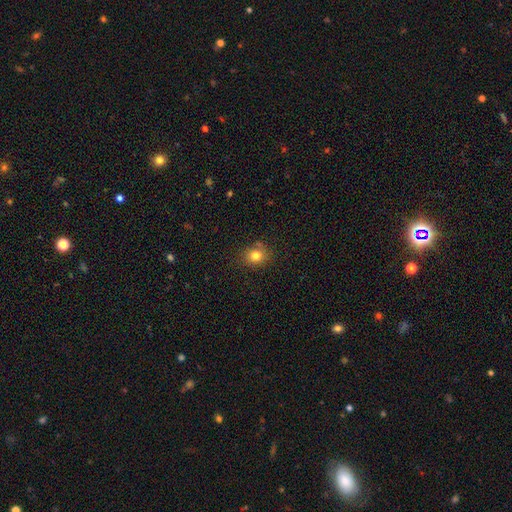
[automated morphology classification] Smooth or featured: smooth — 80% (star or artifact — 13%)
How rounded: round — 72% (in between — 27%)
Merging: none — 78% (minor disturbance — 14%)